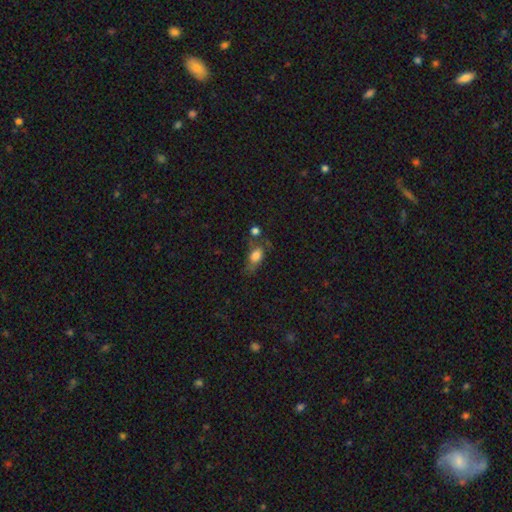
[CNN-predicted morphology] This appears to be a smooth galaxy with no disk features (71%) that is in between round and cigar-shaped (79%). Merging: none (41%).